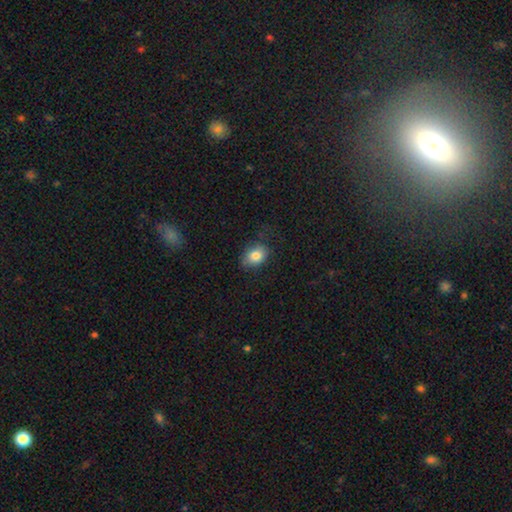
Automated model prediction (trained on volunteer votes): smooth_or_featured: smooth (p=0.82) [alt: featured or disk p=0.10]
how_rounded: in between (p=0.70) [alt: round p=0.29]
merging: none (p=0.70) [alt: minor disturbance p=0.22]